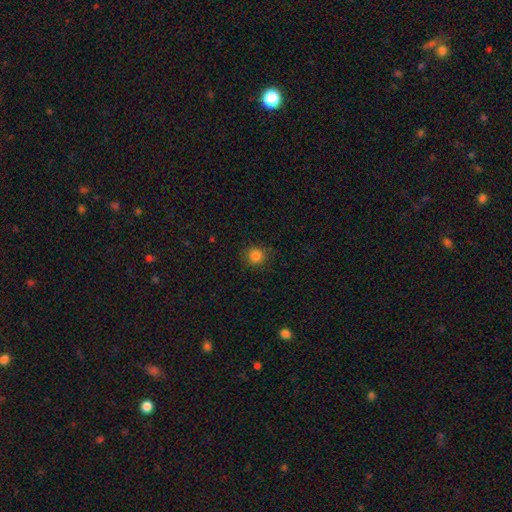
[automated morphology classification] A smooth galaxy with no disk features (85%) that is round (92%). Merging: none (88%).